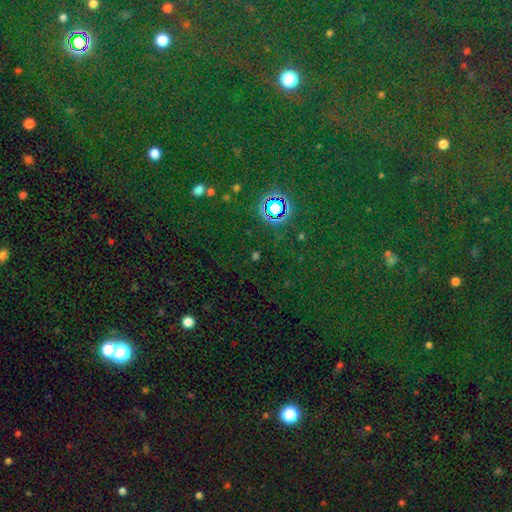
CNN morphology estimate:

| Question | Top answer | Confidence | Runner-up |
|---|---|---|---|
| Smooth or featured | star or artifact | 72% | smooth (19%) |